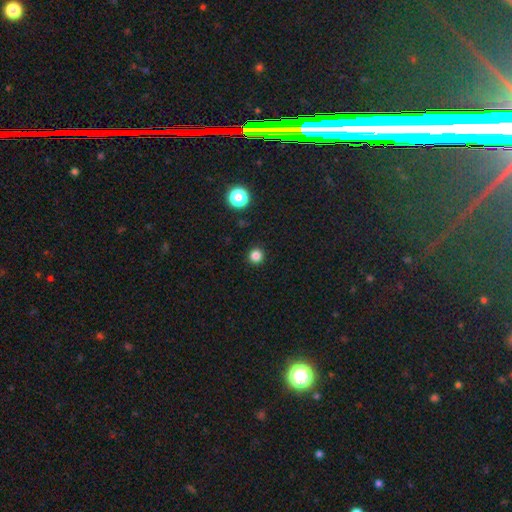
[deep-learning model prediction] Overall: smooth (83%). How rounded: round (96%). Merging: none (93%).